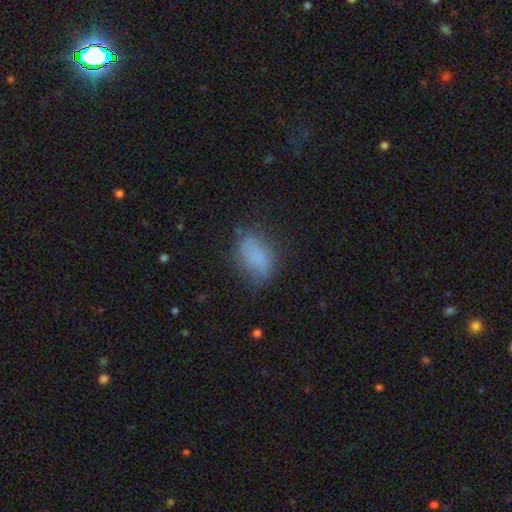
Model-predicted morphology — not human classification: smooth-or-featured: smooth: 77% | featured or disk: 13% | star or artifact: 10%
  how-rounded: in between: 88% | round: 9% | cigar-shaped: 3%
  merging: none: 57% | minor disturbance: 30% | major disturbance: 12% | merger: 2%